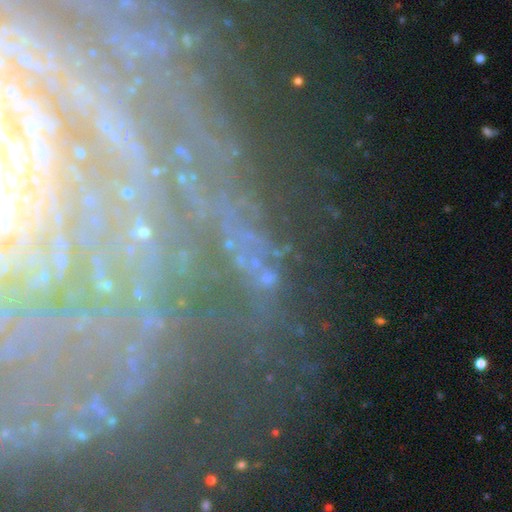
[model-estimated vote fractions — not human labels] This is possibly a star or artifact rather than a galaxy (52%).